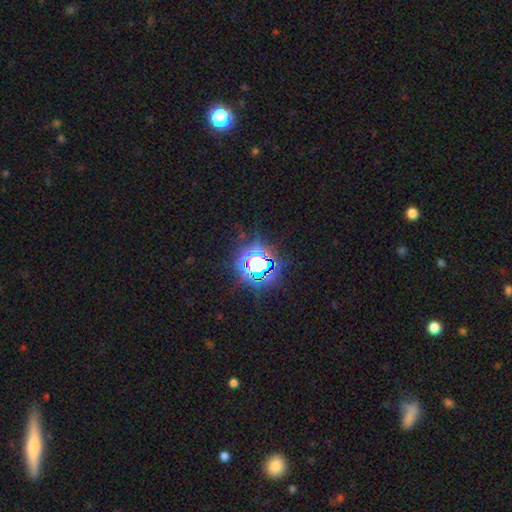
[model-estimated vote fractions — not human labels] A star or artifact, not a galaxy (80%).

Vote fractions:
- Smooth or featured? star or artifact: 80% / smooth: 13% / featured or disk: 6%